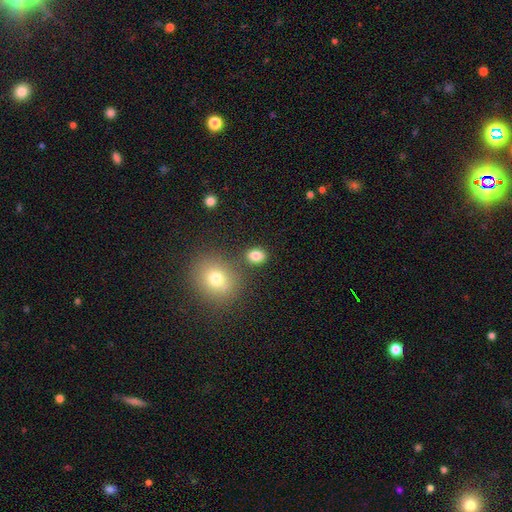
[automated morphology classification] smooth_or_featured: smooth (p=0.82) [alt: star or artifact p=0.11]
how_rounded: in between (p=0.61) [alt: round p=0.38]
merging: none (p=0.78) [alt: minor disturbance p=0.11]